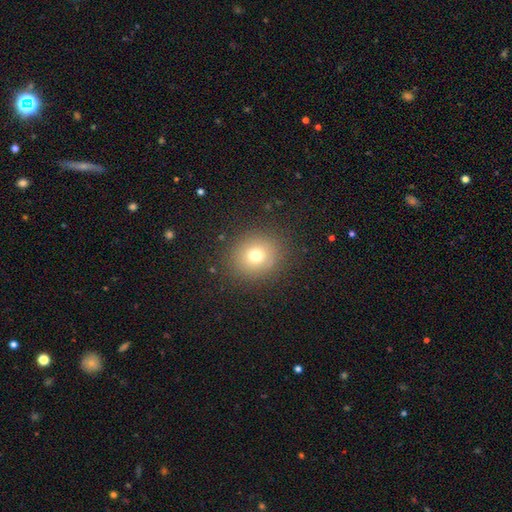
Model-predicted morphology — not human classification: A smooth galaxy with no disk features (72%) that is round (84%).

Vote fractions:
- Smooth or featured? smooth: 72% / star or artifact: 15% / featured or disk: 12%
- How rounded? round: 84% / in between: 15% / cigar-shaped: 1%
- Merging? none: 87% / minor disturbance: 8% / major disturbance: 4% / merger: 1%